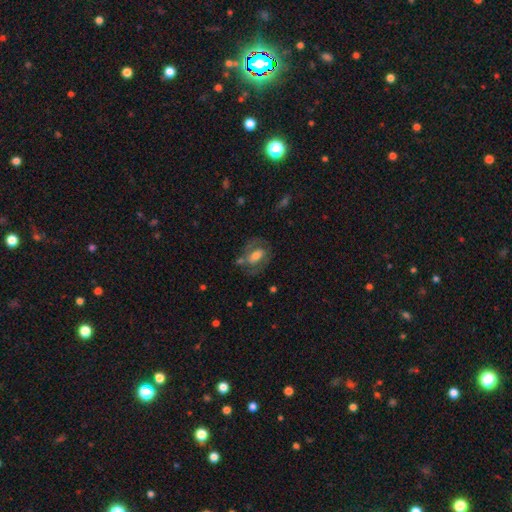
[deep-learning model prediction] This appears to be a featured or disk galaxy (54%). Merging: none (58%).